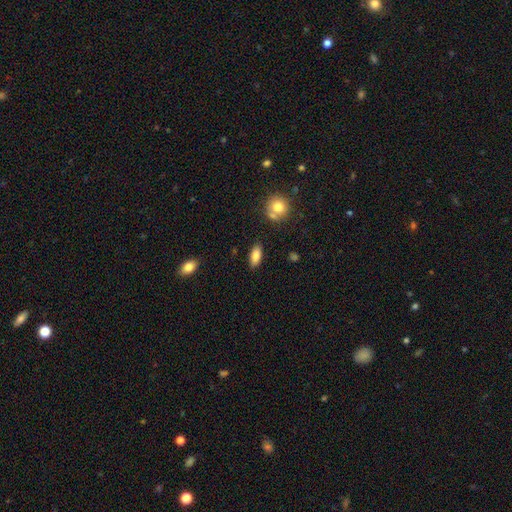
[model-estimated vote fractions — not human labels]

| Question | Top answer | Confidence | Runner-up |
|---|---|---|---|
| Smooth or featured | smooth | 84% | featured or disk (9%) |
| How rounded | in between | 86% | cigar-shaped (12%) |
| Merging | none | 85% | minor disturbance (10%) |